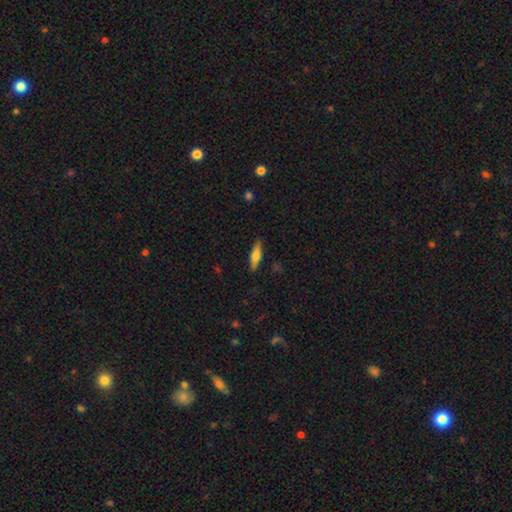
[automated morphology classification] Smooth or featured? Predicted: smooth (p=0.58). How rounded? Predicted: cigar-shaped (p=0.71). Merging? Predicted: none (p=0.88).